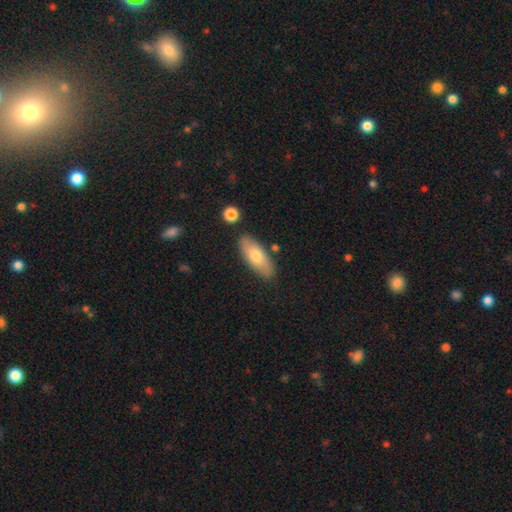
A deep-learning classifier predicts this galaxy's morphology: type=smooth (68%); roundness=in between (75%); merging=none (84%).